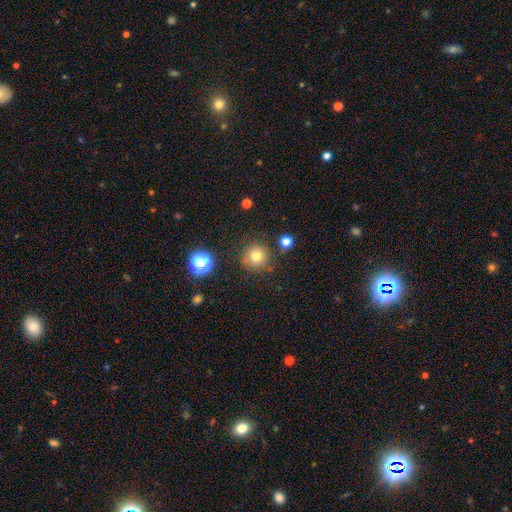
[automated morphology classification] This appears to be a smooth galaxy with no disk features (77%) that is round (94%). Merging: none (82%).